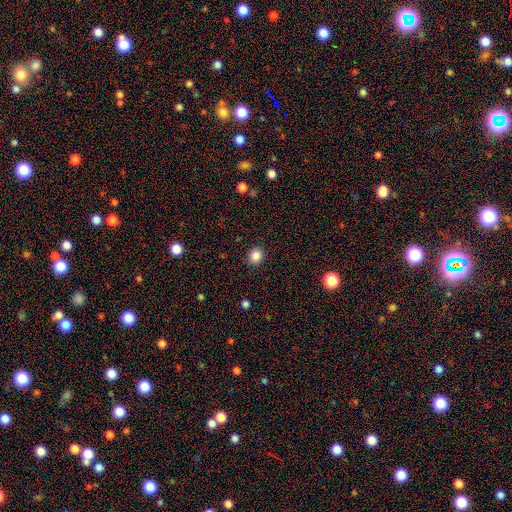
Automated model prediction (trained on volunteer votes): A smooth galaxy with no disk features (86%) that is round (77%).

Vote fractions:
- Smooth or featured? smooth: 86% / star or artifact: 11% / featured or disk: 3%
- How rounded? round: 77% / in between: 23% / cigar-shaped: 1%
- Merging? none: 90% / minor disturbance: 7% / major disturbance: 2% / merger: 1%